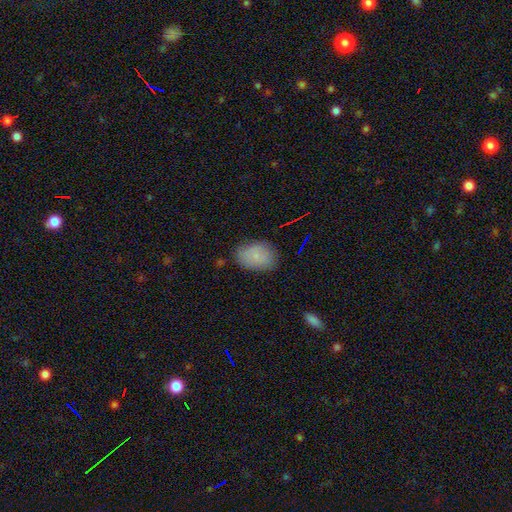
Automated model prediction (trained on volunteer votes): This is likely a smooth galaxy (78%). How rounded: clearly in between (83%). Merging: likely none (75%).